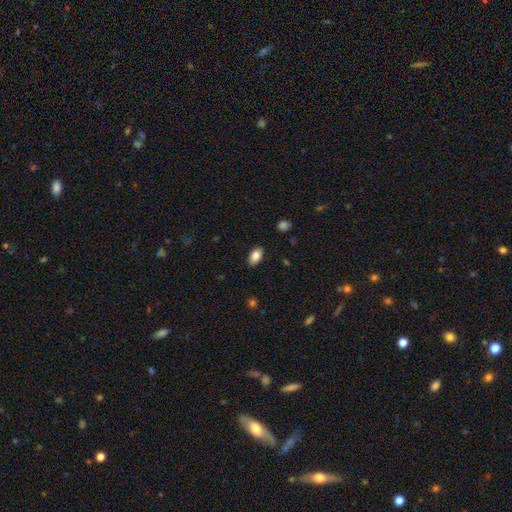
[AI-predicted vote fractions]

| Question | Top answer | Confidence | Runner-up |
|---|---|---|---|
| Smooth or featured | smooth | 84% | featured or disk (8%) |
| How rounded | in between | 92% | round (5%) |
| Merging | none | 88% | minor disturbance (9%) |